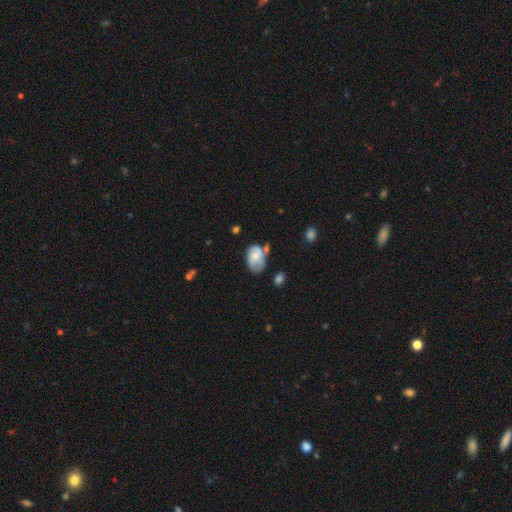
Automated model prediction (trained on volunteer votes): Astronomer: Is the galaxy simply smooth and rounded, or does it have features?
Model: smooth — 50% (runner-up: featured or disk, 42%).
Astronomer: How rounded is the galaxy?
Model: in between — 79%.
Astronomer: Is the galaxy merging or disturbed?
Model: none — 41% (runner-up: minor disturbance, 32%).